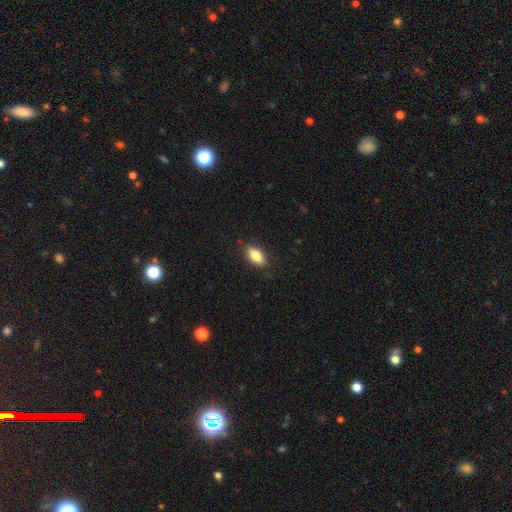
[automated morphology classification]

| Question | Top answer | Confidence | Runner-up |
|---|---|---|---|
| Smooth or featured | smooth | 84% | featured or disk (9%) |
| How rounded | in between | 87% | cigar-shaped (9%) |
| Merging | none | 87% | minor disturbance (10%) |